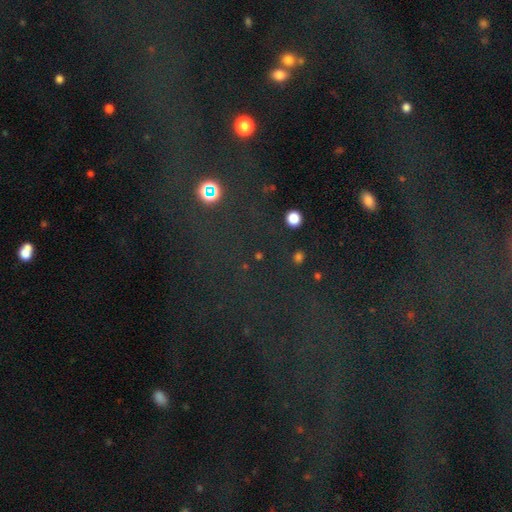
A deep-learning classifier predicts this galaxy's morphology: Smooth or featured? Predicted: star or artifact (p=0.76).